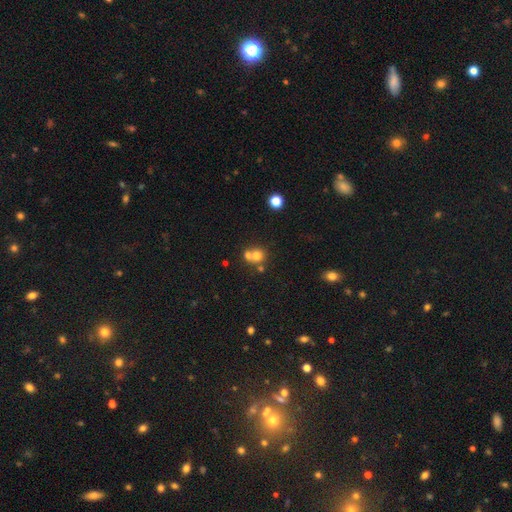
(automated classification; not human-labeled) A smooth galaxy with no disk features (70%) that is round (84%).

Vote fractions:
- Smooth or featured? smooth: 70% / featured or disk: 16% / star or artifact: 14%
- How rounded? round: 84% / in between: 15% / cigar-shaped: 1%
- Merging? merger: 50% / none: 40% / minor disturbance: 6% / major disturbance: 3%